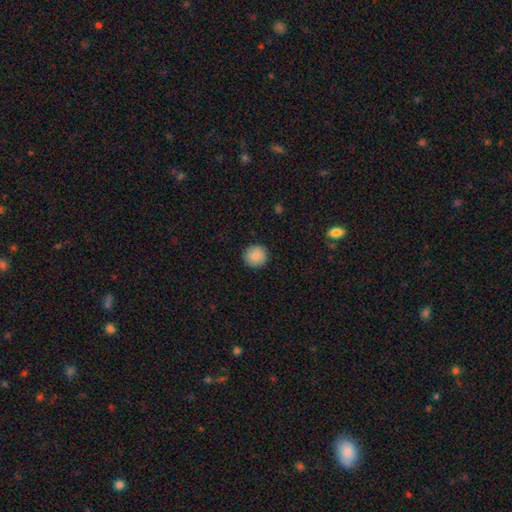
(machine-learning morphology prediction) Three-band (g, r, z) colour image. It shows a smooth galaxy with no disk features (89%) that is round (94%). Merging: none (92%).